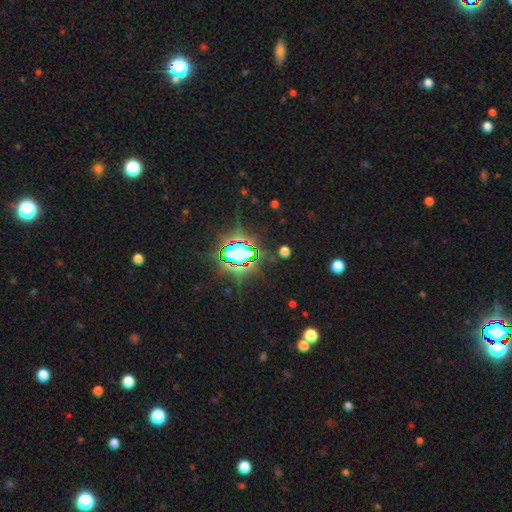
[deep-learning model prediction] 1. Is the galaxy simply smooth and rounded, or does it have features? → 83% star or artifact, 10% smooth, 7% featured or disk.